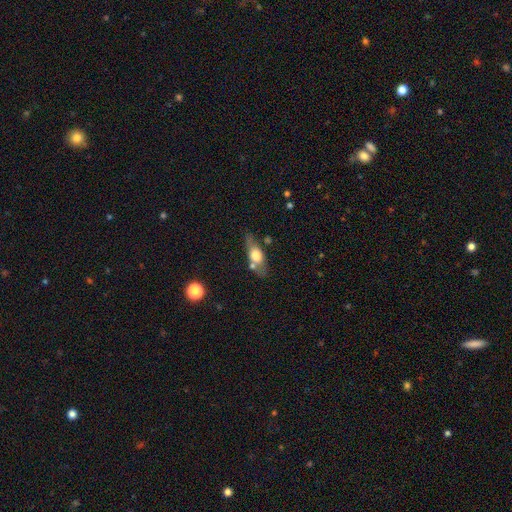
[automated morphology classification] A smooth galaxy with no disk features (49%). Merging: none (65%).